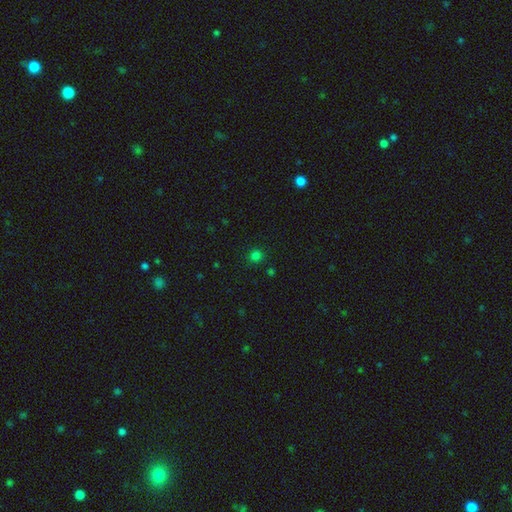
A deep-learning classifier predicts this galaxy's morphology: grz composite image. It shows a smooth galaxy with no disk features (77%) that is round (93%). Merging: none (89%).